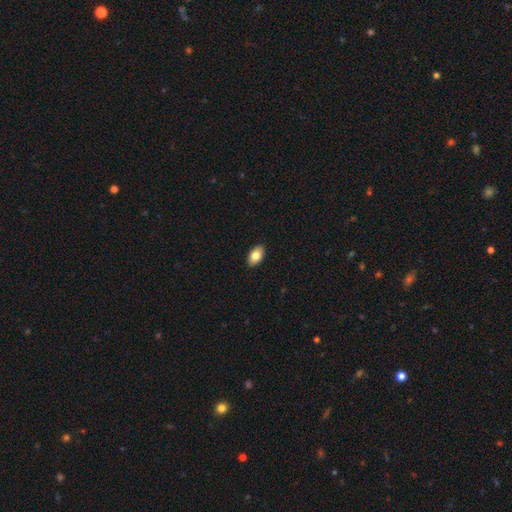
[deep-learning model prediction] A smooth galaxy with no disk features (82%) that is in between round and cigar-shaped (92%). Merging: none (90%).